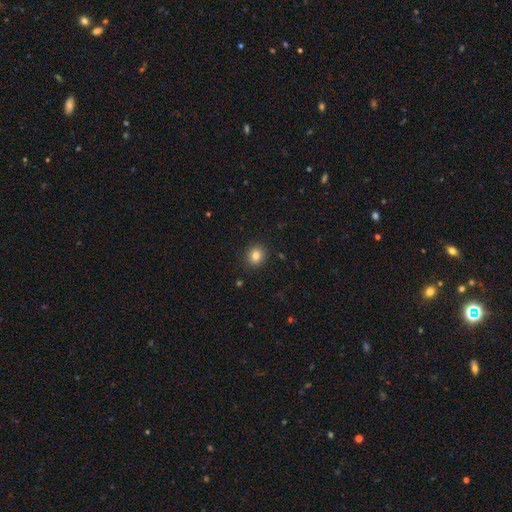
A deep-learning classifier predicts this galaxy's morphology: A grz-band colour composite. It shows a smooth galaxy with no disk features (82%) that is round (78%). Merging: none (91%).